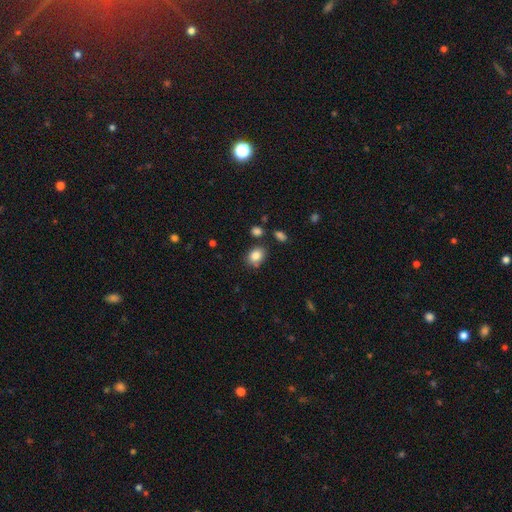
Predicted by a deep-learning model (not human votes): smooth_or_featured: smooth (p=0.84) [alt: star or artifact p=0.09]
how_rounded: in between (p=0.61) [alt: round p=0.38]
merging: none (p=0.75) [alt: minor disturbance p=0.15]